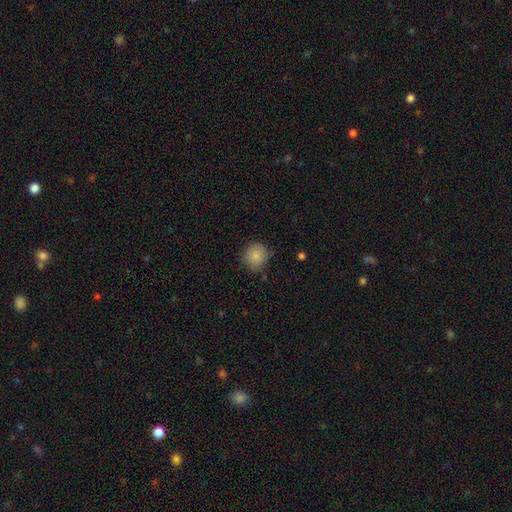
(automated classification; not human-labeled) smooth 85%, star or artifact 9%, featured or disk 6%. Down the decision tree: how rounded — round (90%); merging — none (81%).